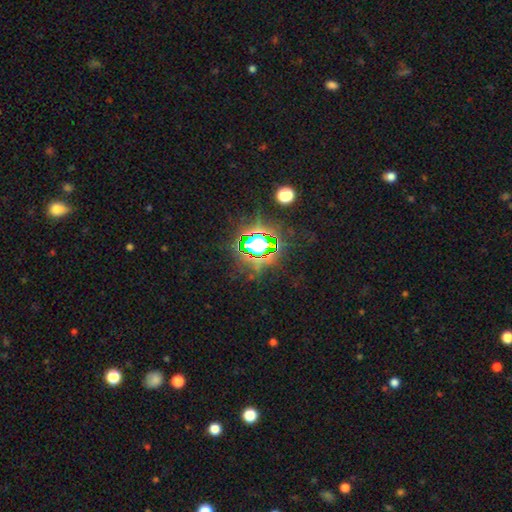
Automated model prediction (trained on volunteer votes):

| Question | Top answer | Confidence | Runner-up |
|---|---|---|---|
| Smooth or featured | star or artifact | 81% | smooth (12%) |